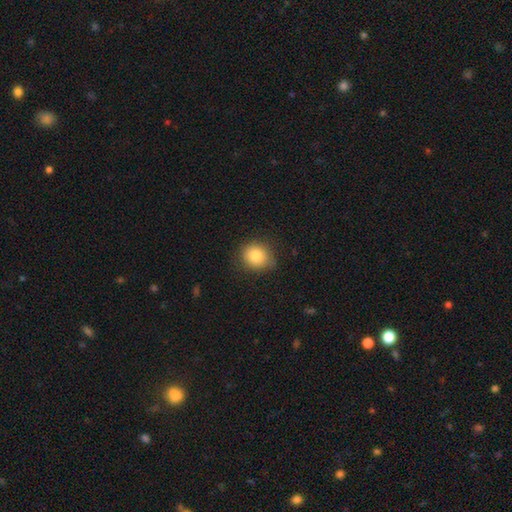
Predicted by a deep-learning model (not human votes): Smooth or featured: smooth — 84% (star or artifact — 9%)
How rounded: round — 77% (in between — 22%)
Merging: none — 83% (minor disturbance — 13%)